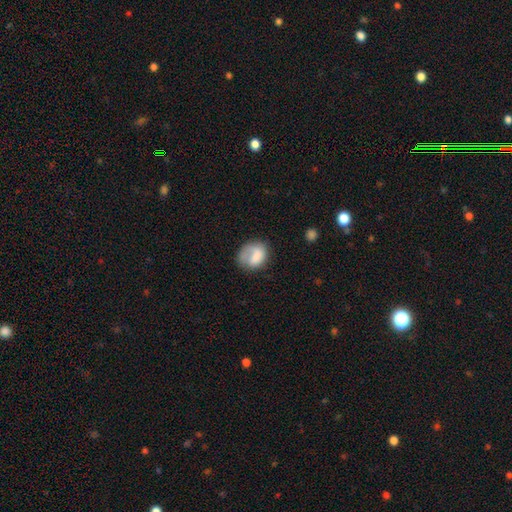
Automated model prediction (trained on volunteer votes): Smooth or featured: smooth — 70% (featured or disk — 23%)
How rounded: round — 50% (in between — 49%)
Merging: none — 48% (minor disturbance — 26%)